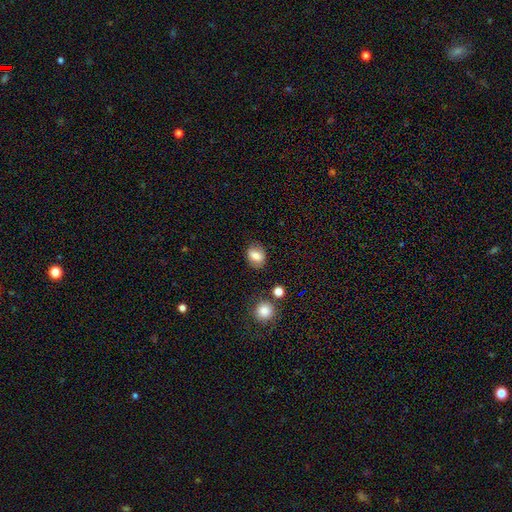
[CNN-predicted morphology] smooth 78%, featured or disk 13%, star or artifact 9%. Down the decision tree: how rounded — in between (67%); merging — none (79%).